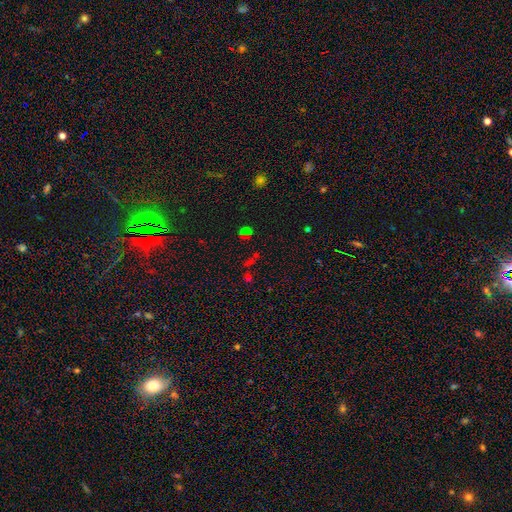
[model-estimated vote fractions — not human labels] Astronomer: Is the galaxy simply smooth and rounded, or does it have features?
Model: smooth — 49% (runner-up: star or artifact, 43%).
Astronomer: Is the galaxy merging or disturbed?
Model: none — 73%.